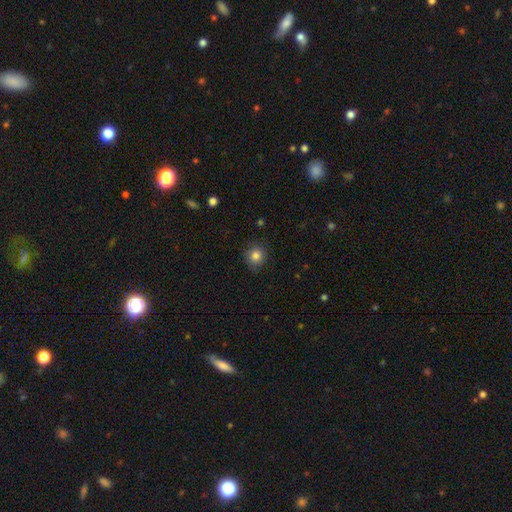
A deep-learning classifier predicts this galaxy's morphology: A smooth galaxy with no disk features (83%) that is round (85%). Merging: none (84%).